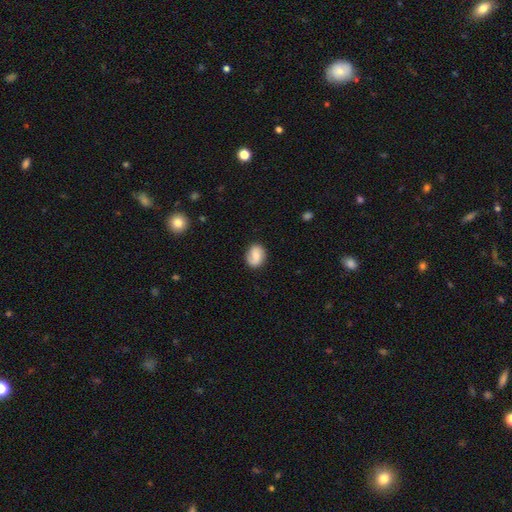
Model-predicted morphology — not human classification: smooth 60%, featured or disk 32%, star or artifact 8%. Down the decision tree: how rounded — in between (51%); merging — none (81%).